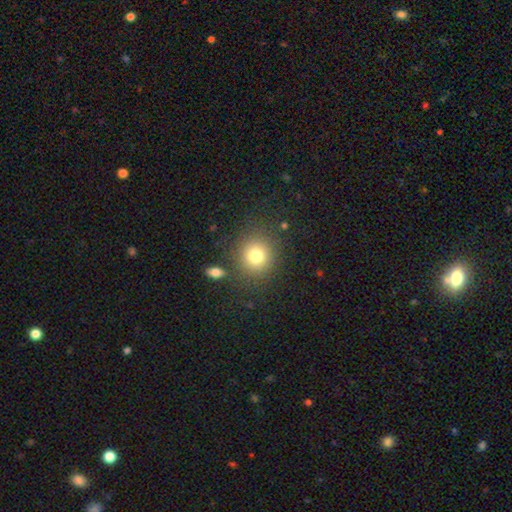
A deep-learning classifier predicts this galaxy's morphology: A smooth galaxy with no disk features (78%) that is round (86%). Merging: none (84%).